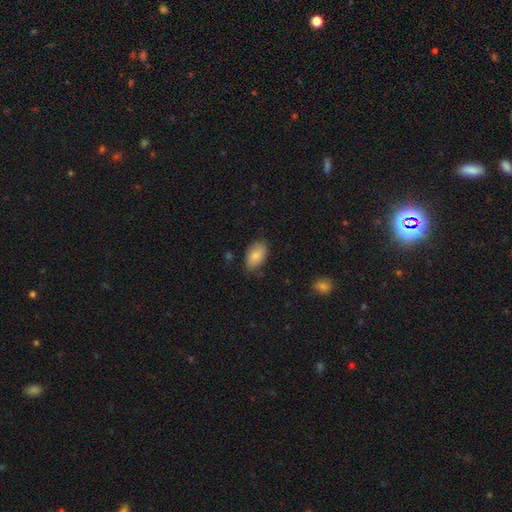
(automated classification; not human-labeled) A smooth galaxy with no disk features (82%) that is in between round and cigar-shaped (93%). Merging: none (74%).